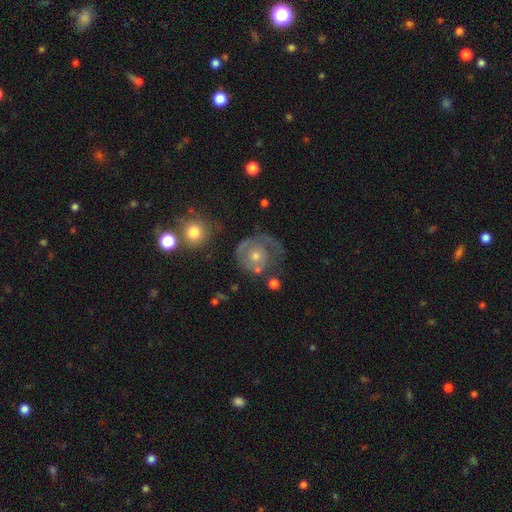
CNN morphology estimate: Smooth or featured? Predicted: featured or disk (p=0.68). Edge-on disk? Predicted: no (p=0.98). Bar? Predicted: no (p=0.85). Spiral arms? Predicted: yes (p=0.71). Bulge size? Predicted: moderate (p=0.51). Merging? Predicted: none (p=0.52).